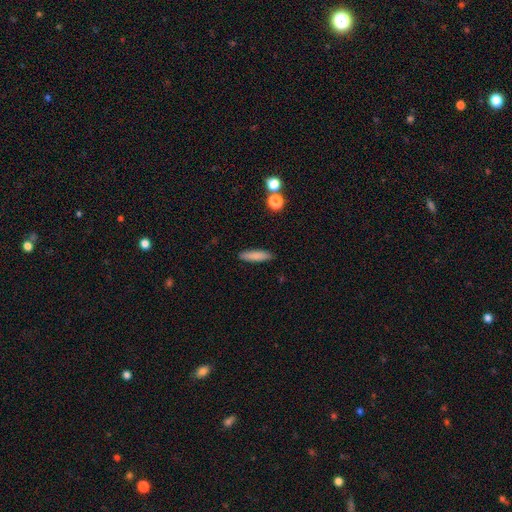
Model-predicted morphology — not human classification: Q: Smooth or featured?
A: smooth (84%); runner-up: featured or disk (9%)
Q: How rounded?
A: cigar-shaped (75%); runner-up: in between (24%)
Q: Merging?
A: none (89%); runner-up: minor disturbance (7%)